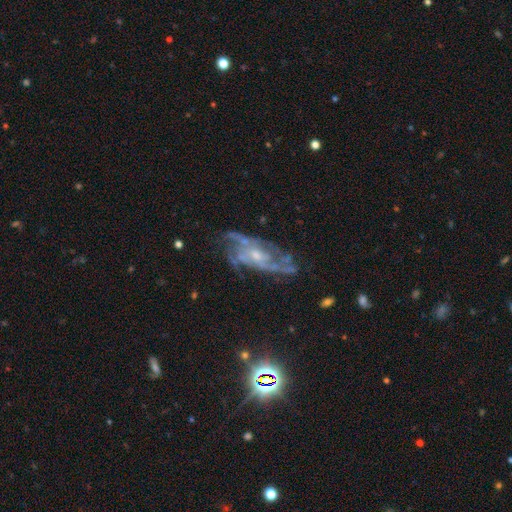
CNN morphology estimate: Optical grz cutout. It shows a featured or disk galaxy (85%) with no bar (64%), medium (46%) spiral arms (92%) and a small central bulge (54%). Merging: none (64%).